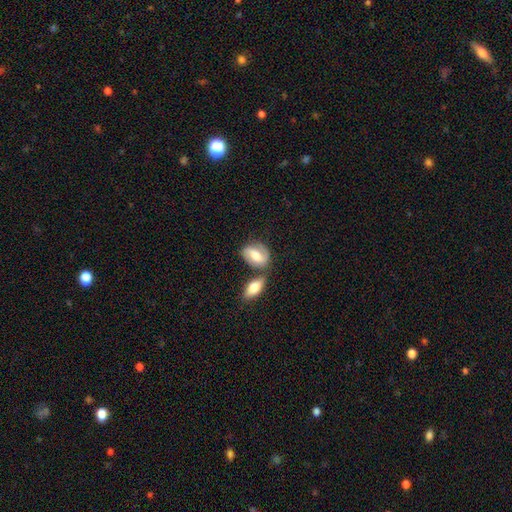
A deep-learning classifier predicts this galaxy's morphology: This appears to be a featured or disk galaxy (52%). Merging: none (55%).